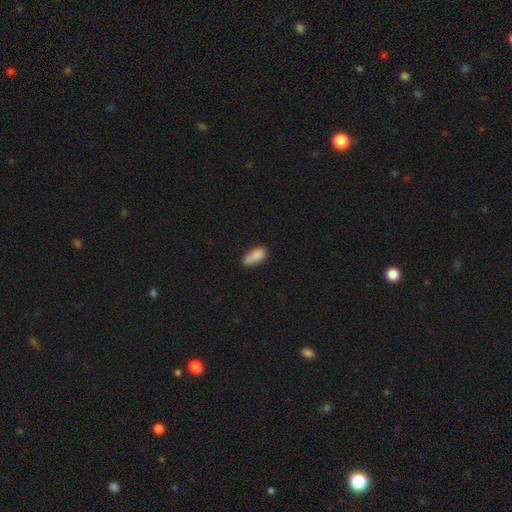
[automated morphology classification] type=smooth (84%); roundness=in between (86%); merging=none (55%).